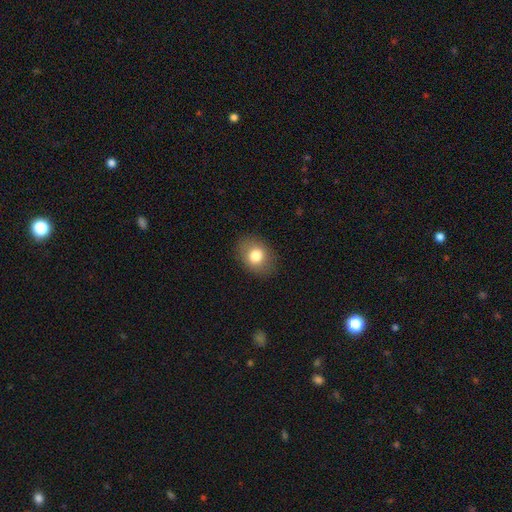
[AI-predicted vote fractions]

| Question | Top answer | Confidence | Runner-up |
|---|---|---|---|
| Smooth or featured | smooth | 79% | featured or disk (12%) |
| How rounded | in between | 57% | round (42%) |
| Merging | none | 86% | minor disturbance (9%) |